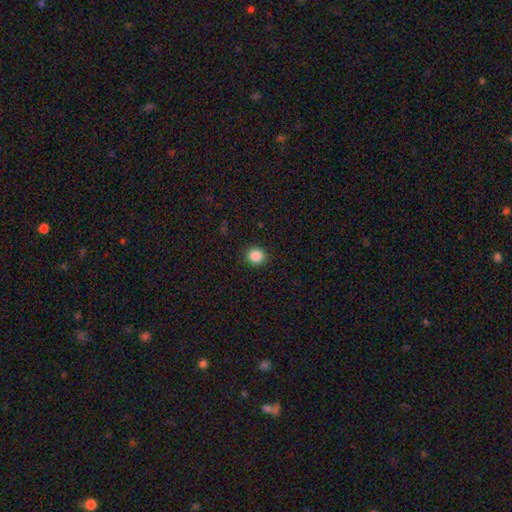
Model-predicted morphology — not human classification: smooth-or-featured: smooth: 86% | star or artifact: 10% | featured or disk: 3%
  how-rounded: round: 87% | in between: 13% | cigar-shaped: 1%
  merging: none: 91% | minor disturbance: 6% | major disturbance: 2% | merger: 1%